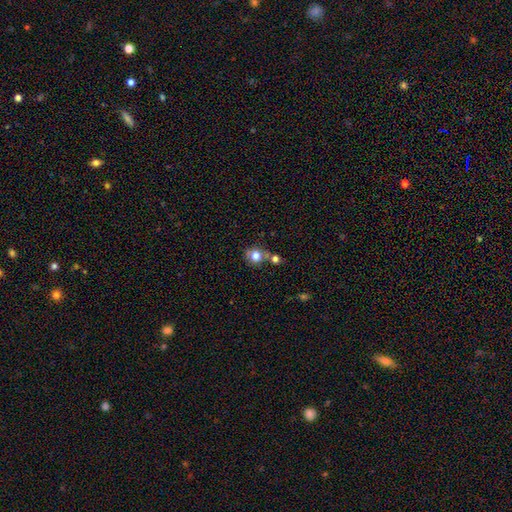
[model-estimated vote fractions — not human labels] Smooth or featured: smooth — 77% (featured or disk — 12%)
How rounded: round — 80% (in between — 19%)
Merging: none — 55% (merger — 26%)